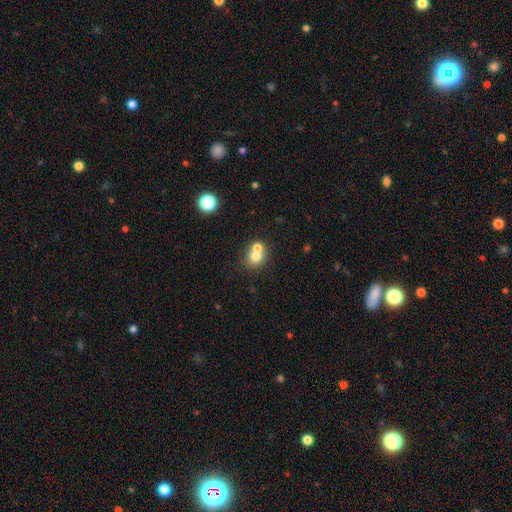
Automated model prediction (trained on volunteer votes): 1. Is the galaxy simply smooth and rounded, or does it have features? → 72% smooth, 16% featured or disk, 12% star or artifact.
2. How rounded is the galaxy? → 77% round, 22% in between, 1% cigar-shaped.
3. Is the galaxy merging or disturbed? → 52% merger, 39% none, 6% minor disturbance, 3% major disturbance.